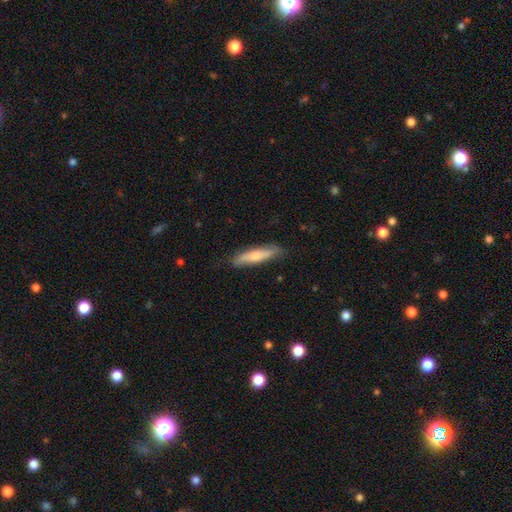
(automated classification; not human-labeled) Smooth or featured? Predicted: smooth (p=0.64). How rounded? Predicted: cigar-shaped (p=0.79). Merging? Predicted: none (p=0.81).